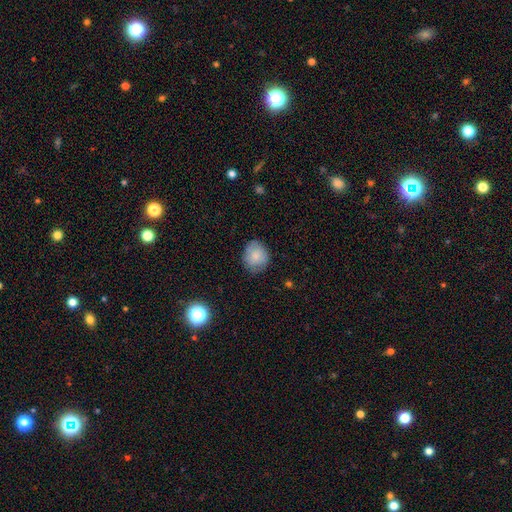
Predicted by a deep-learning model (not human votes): A smooth galaxy with no disk features (80%) that is round (69%).

Vote fractions:
- Smooth or featured? smooth: 80% / featured or disk: 12% / star or artifact: 8%
- How rounded? round: 69% / in between: 30% / cigar-shaped: 1%
- Merging? none: 76% / minor disturbance: 19% / major disturbance: 4% / merger: 1%